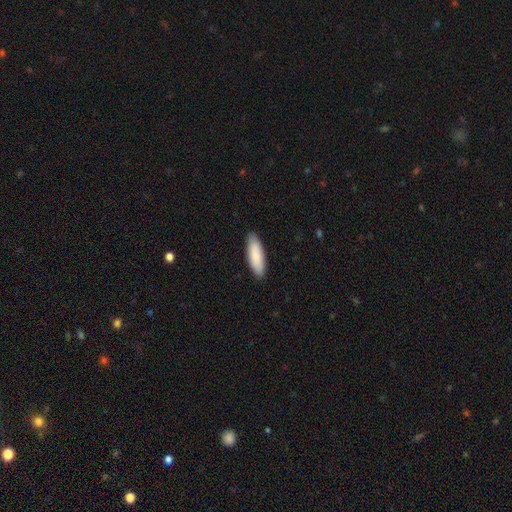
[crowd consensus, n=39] Smooth or featured?
  - smooth: 85% *
  - star or artifact: 10%
  - featured or disk: 5%
How rounded?
  - cigar-shaped: 61% *
  - in between: 39%
  - round: 0%
Merging?
  - none: 94% *
  - major disturbance: 6%
  - minor disturbance: 0%
  - merger: 0%